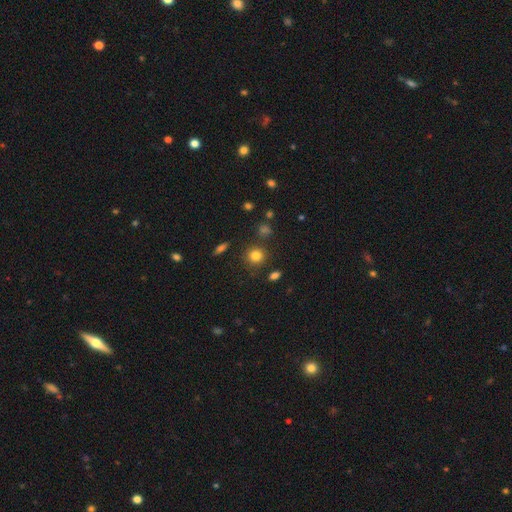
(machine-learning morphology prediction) This appears to be a smooth galaxy with no disk features (81%) that is round (86%). Merging: none (84%).